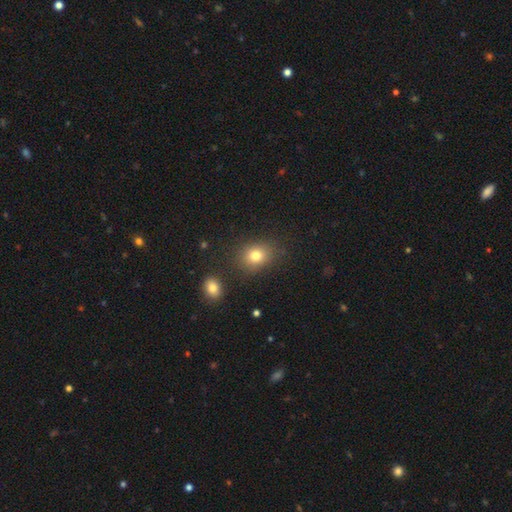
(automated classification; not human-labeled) A smooth galaxy with no disk features (79%) that is round (55%).

Vote fractions:
- Smooth or featured? smooth: 79% / star or artifact: 13% / featured or disk: 8%
- How rounded? round: 55% / in between: 44% / cigar-shaped: 1%
- Merging? none: 81% / minor disturbance: 11% / merger: 4% / major disturbance: 4%